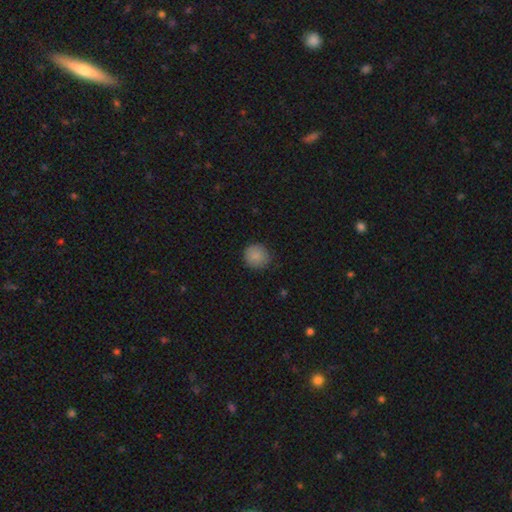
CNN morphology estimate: smooth_or_featured: smooth (p=0.86) [alt: star or artifact p=0.09]
how_rounded: round (p=0.92) [alt: in between p=0.07]
merging: none (p=0.83) [alt: minor disturbance p=0.14]